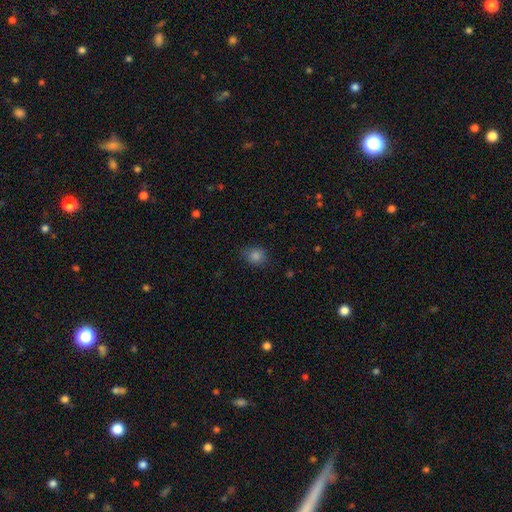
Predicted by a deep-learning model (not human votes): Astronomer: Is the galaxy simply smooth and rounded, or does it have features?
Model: smooth — 82%.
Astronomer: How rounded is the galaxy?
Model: round — 73%.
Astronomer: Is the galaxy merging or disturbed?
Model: none — 81%.